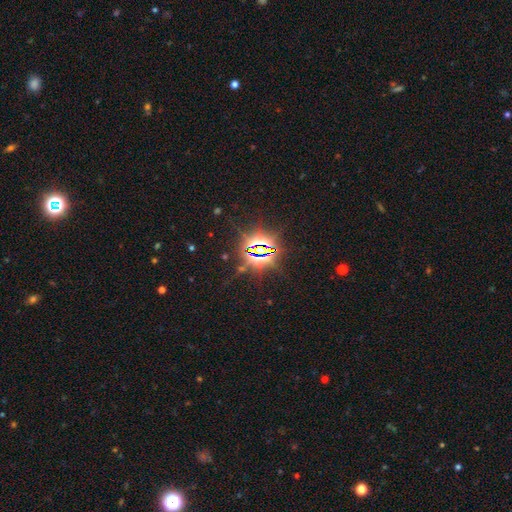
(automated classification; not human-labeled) Smooth or featured?
  - star or artifact: 85% *
  - smooth: 8%
  - featured or disk: 7%